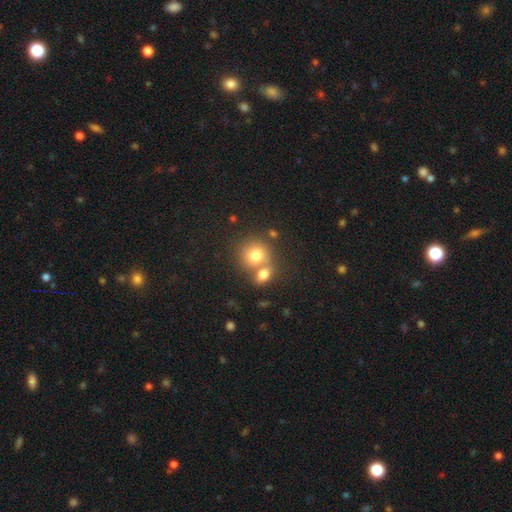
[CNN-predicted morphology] Smooth or featured? smooth (76%)
How rounded? round (79%)
Merging? merger (45%)